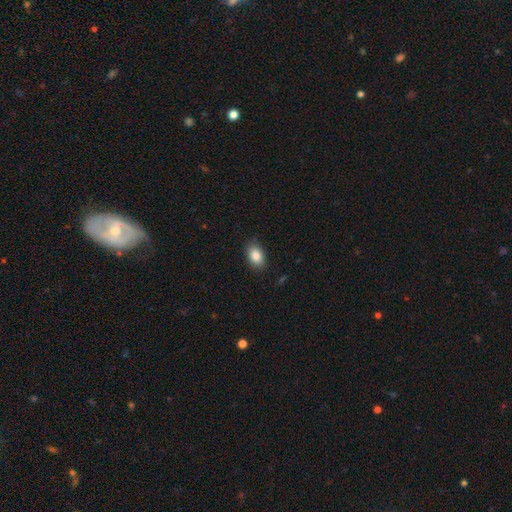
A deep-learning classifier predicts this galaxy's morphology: type=smooth (87%); roundness=in between (85%); merging=none (83%).